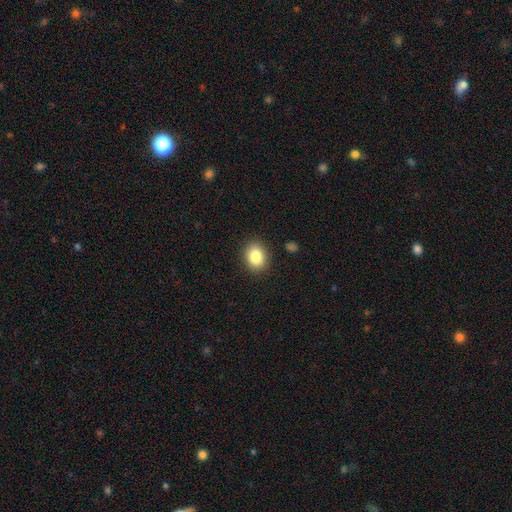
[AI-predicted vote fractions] This is clearly a smooth galaxy (85%). How rounded: likely in between (62%). Merging: clearly none (87%).